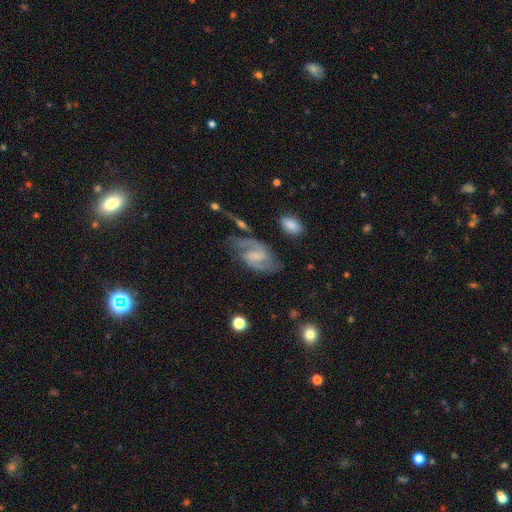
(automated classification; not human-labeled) smooth-or-featured: featured or disk: 84% | smooth: 10% | star or artifact: 6%
  disk-edge-on: no: 97% | yes: 3%
    bar: weak: 55% | no: 26% | strong: 19%
    has-spiral-arms: yes: 96% | no: 4%
      spiral-winding: medium: 57% | loose: 25% | tight: 18%
      spiral-arm-count: 2: 92% | can't tell: 4% | 1: 2% | 3: 1% | 4: 1% | more than 4: 1%
    bulge-size: small: 45% | none: 30% | moderate: 21% | large: 3% | dominant: 1%
  merging: none: 70% | minor disturbance: 18% | major disturbance: 8% | merger: 4%